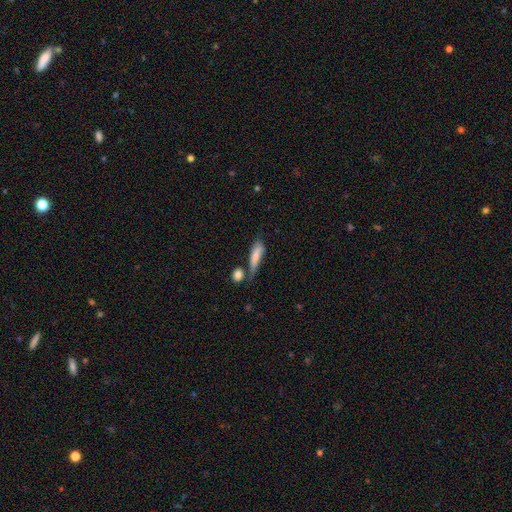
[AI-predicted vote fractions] This appears to be a smooth galaxy with no disk features (75%) that is cigar-shaped (57%). Merging: none (37%).